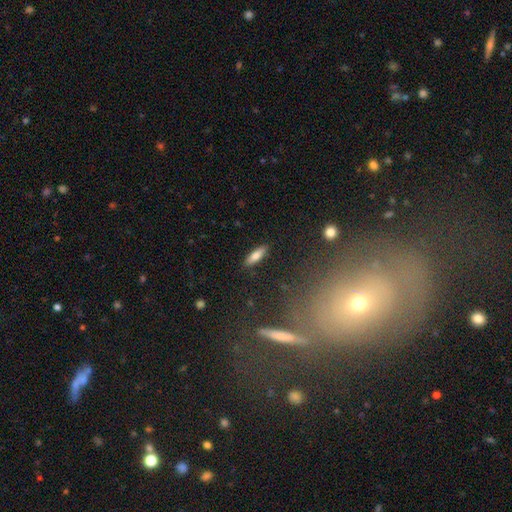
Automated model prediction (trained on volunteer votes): A smooth galaxy with no disk features (78%) that is in between round and cigar-shaped (50%).

Vote fractions:
- Smooth or featured? smooth: 78% / featured or disk: 14% / star or artifact: 7%
- How rounded? in between: 50% / cigar-shaped: 48% / round: 2%
- Merging? none: 88% / minor disturbance: 8% / major disturbance: 2% / merger: 1%